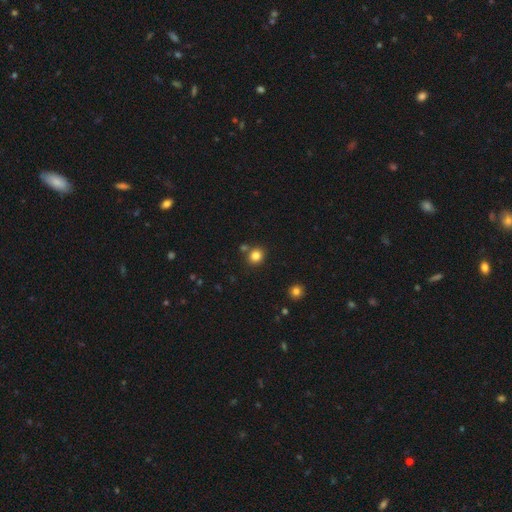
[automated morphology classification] Smooth or featured? smooth (82%)
How rounded? round (84%)
Merging? none (79%)